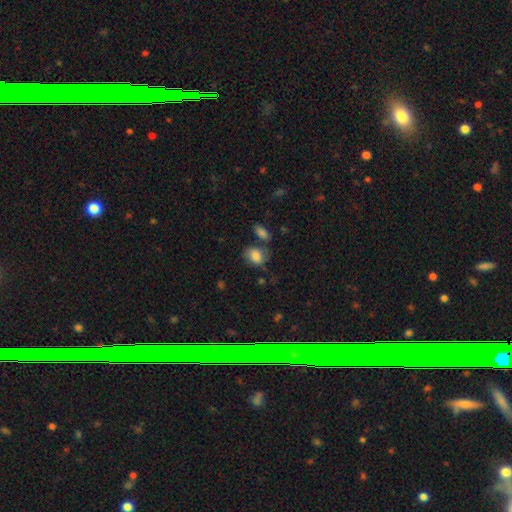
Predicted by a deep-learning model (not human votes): This is likely a smooth galaxy (77%). How rounded: possibly in between (60%). Merging: possibly none (53%).